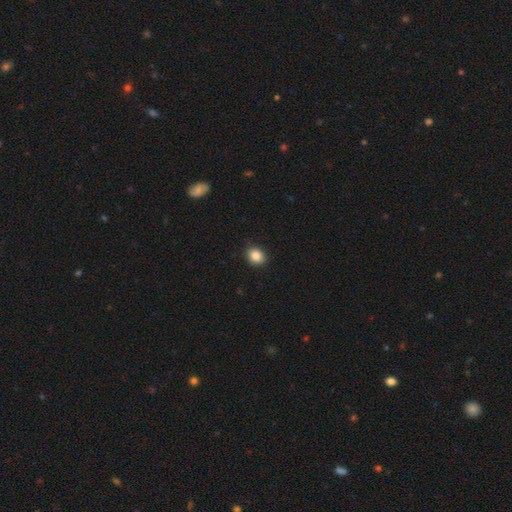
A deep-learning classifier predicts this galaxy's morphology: smooth-or-featured: smooth: 86% | star or artifact: 9% | featured or disk: 4%
  how-rounded: round: 62% | in between: 37% | cigar-shaped: 1%
  merging: none: 88% | minor disturbance: 9% | major disturbance: 2% | merger: 1%